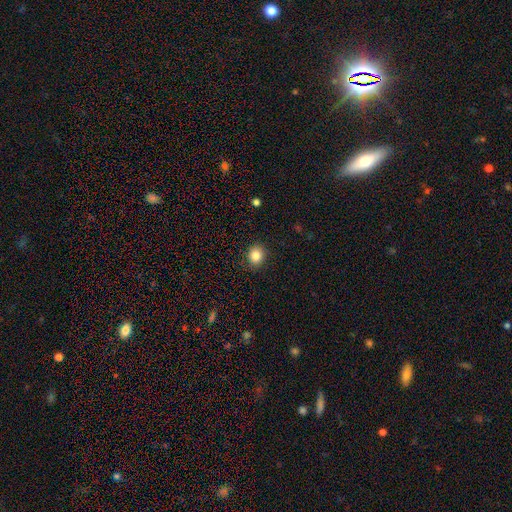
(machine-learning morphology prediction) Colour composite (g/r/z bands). It shows a smooth galaxy with no disk features (85%) that is round (70%). Merging: none (89%).